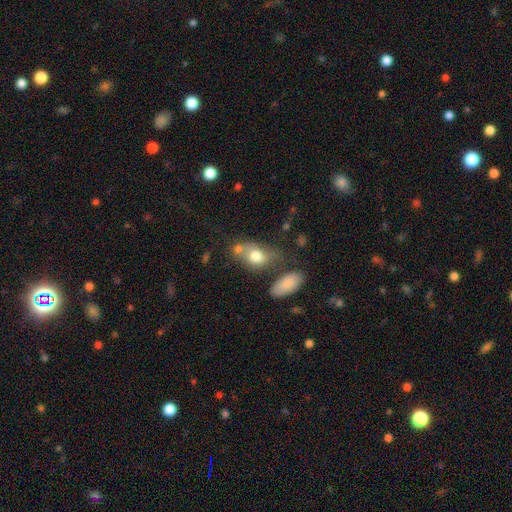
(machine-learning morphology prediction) Smooth or featured: smooth — 74% (featured or disk — 18%)
How rounded: in between — 75% (round — 22%)
Merging: none — 38% (merger — 32%)